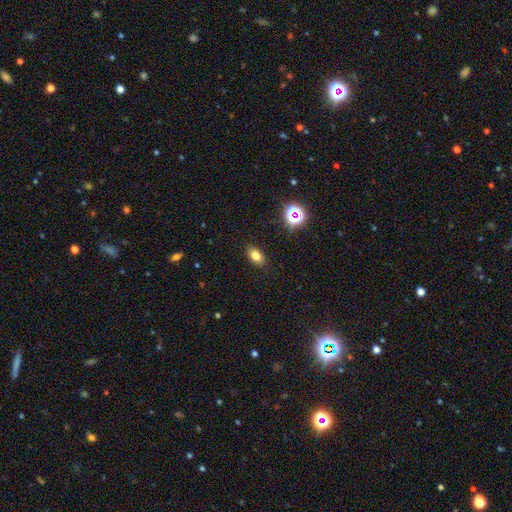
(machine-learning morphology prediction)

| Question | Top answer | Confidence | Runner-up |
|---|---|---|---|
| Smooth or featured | smooth | 77% | star or artifact (14%) |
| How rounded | in between | 85% | round (12%) |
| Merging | none | 88% | minor disturbance (9%) |